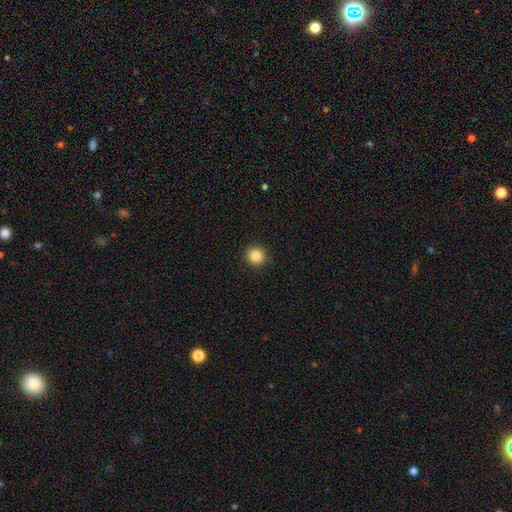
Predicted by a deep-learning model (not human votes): A smooth galaxy with no disk features (85%) that is round (94%). Merging: none (92%).